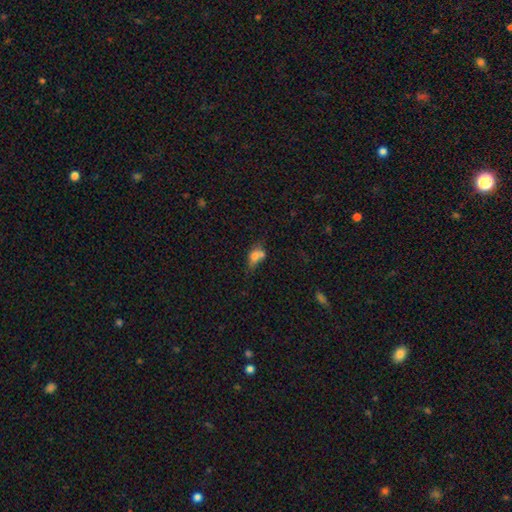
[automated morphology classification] Q: Smooth or featured?
A: smooth (70%); runner-up: featured or disk (18%)
Q: How rounded?
A: in between (67%); runner-up: round (30%)
Q: Merging?
A: merger (45%); runner-up: none (29%)